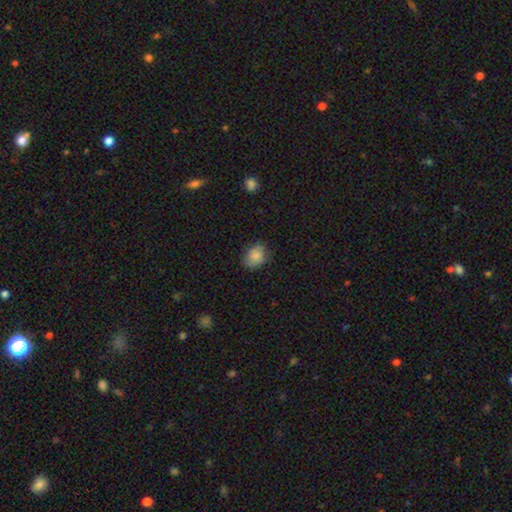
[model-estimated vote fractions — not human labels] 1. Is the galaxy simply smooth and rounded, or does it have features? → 80% smooth, 11% featured or disk, 8% star or artifact.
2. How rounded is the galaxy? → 59% in between, 40% round, 1% cigar-shaped.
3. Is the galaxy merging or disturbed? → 68% none, 24% minor disturbance, 6% major disturbance, 1% merger.